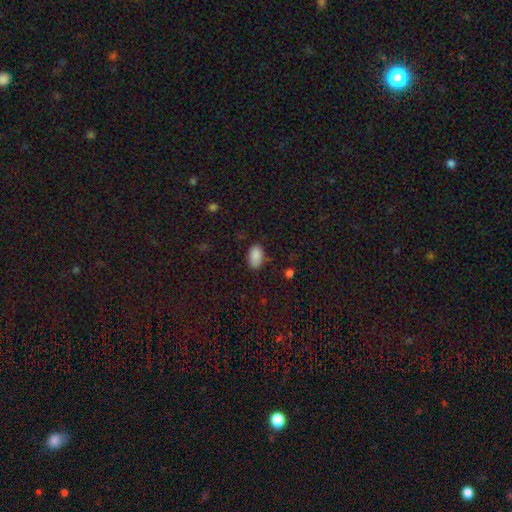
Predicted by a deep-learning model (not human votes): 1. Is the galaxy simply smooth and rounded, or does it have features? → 88% smooth, 8% star or artifact, 4% featured or disk.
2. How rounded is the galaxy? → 93% in between, 6% round, 1% cigar-shaped.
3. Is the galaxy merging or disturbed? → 78% none, 17% minor disturbance, 3% major disturbance, 2% merger.